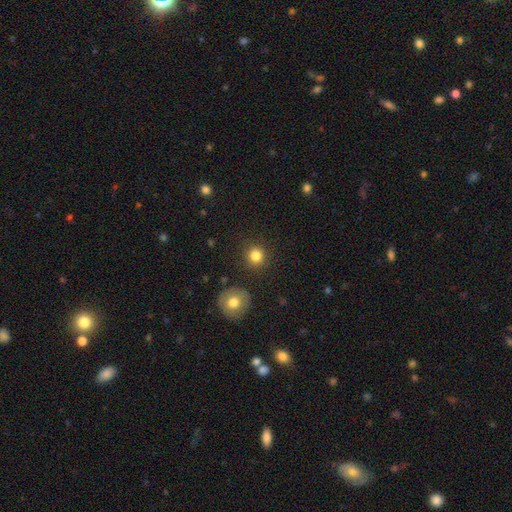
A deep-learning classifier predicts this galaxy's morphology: This is clearly a smooth galaxy (83%). How rounded: clearly round (93%). Merging: clearly none (88%).